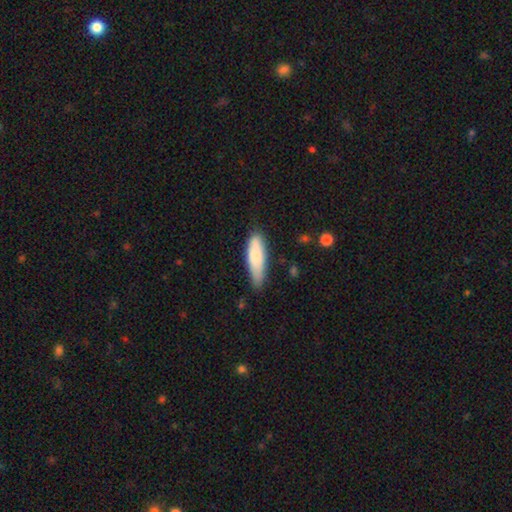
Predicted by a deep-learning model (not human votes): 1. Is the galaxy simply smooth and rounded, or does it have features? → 80% smooth, 14% featured or disk, 6% star or artifact.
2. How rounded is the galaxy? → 55% cigar-shaped, 43% in between, 2% round.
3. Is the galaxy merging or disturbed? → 72% none, 22% minor disturbance, 4% major disturbance, 2% merger.